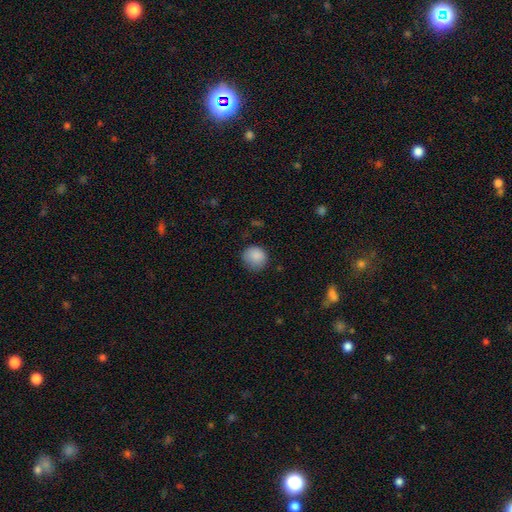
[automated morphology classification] Smooth or featured: smooth — 87% (star or artifact — 9%)
How rounded: round — 88% (in between — 11%)
Merging: none — 73% (minor disturbance — 20%)